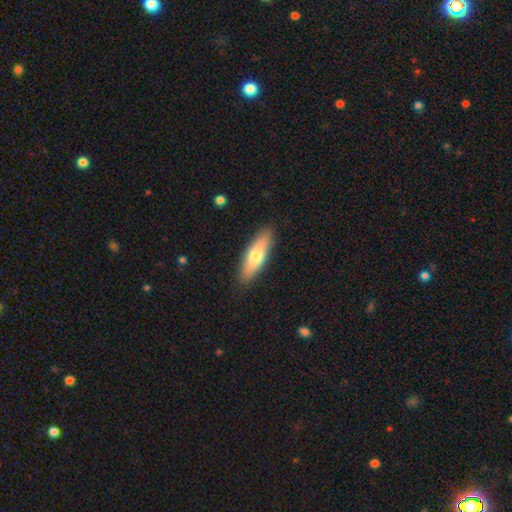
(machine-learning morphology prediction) smooth 68%, featured or disk 27%, star or artifact 5%. Down the decision tree: how rounded — cigar-shaped (52%); merging — none (88%).